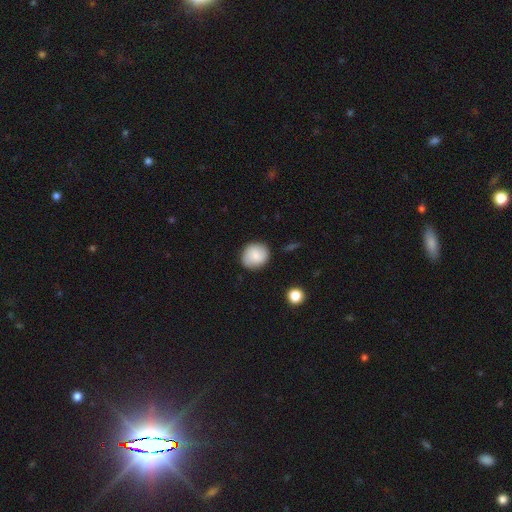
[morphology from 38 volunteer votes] Smooth or featured: smooth — 92% (star or artifact — 5%)
How rounded: round — 91% (in between — 9%)
Merging: none — 83% (minor disturbance — 17%)